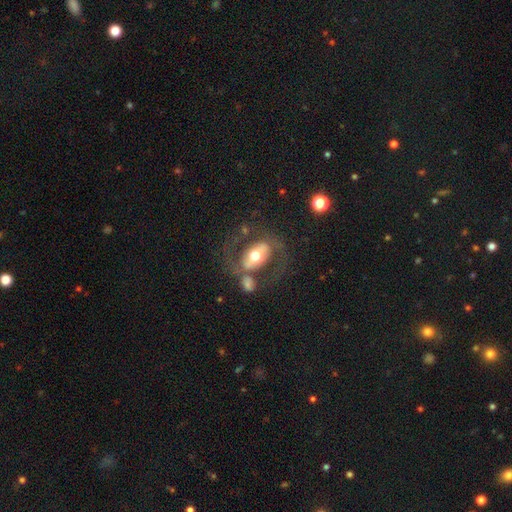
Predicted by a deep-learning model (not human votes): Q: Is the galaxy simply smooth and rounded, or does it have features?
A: featured or disk — 68%.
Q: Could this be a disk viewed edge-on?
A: no — 93%.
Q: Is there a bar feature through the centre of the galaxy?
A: strong — 40%.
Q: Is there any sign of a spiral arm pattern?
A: yes — 65%.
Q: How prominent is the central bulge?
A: moderate — 69%.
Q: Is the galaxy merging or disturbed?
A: none — 53%.